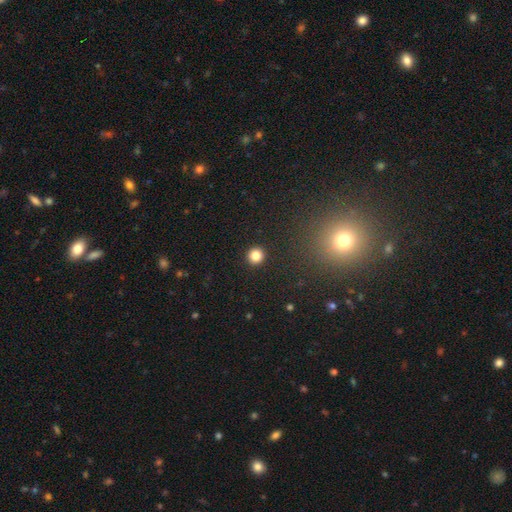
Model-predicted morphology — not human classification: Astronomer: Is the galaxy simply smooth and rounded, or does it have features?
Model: smooth — 84%.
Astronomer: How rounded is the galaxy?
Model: round — 94%.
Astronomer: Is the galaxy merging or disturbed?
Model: none — 93%.